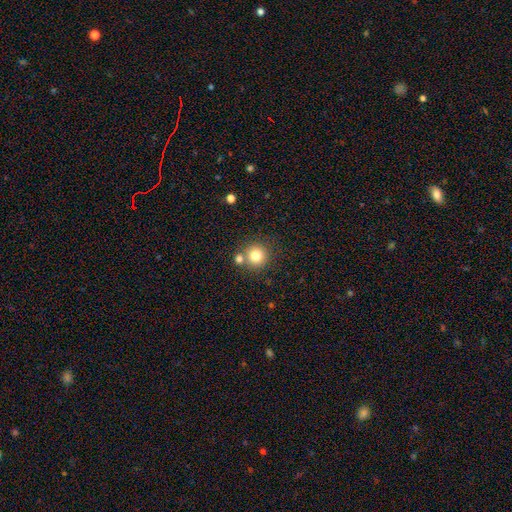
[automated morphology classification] A smooth galaxy with no disk features (80%) that is round (94%).

Vote fractions:
- Smooth or featured? smooth: 80% / star or artifact: 12% / featured or disk: 9%
- How rounded? round: 94% / in between: 5% / cigar-shaped: 1%
- Merging? none: 72% / merger: 18% / minor disturbance: 8% / major disturbance: 3%